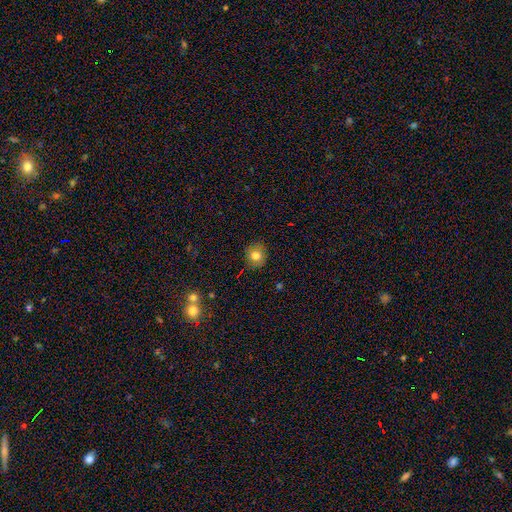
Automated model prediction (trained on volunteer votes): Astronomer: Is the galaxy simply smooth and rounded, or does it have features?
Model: smooth — 77%.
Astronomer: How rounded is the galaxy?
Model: round — 82%.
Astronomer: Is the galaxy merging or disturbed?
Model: none — 84%.